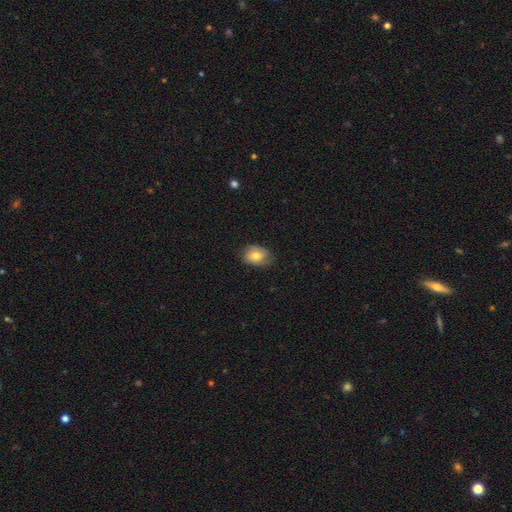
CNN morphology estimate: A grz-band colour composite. It shows a smooth galaxy with no disk features (75%) that is in between round and cigar-shaped (77%). Merging: none (74%).